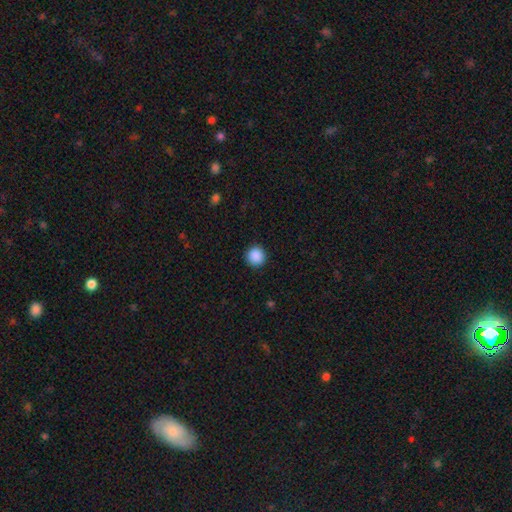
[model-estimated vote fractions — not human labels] Overall: smooth (89%). How rounded: round (95%). Merging: none (92%).